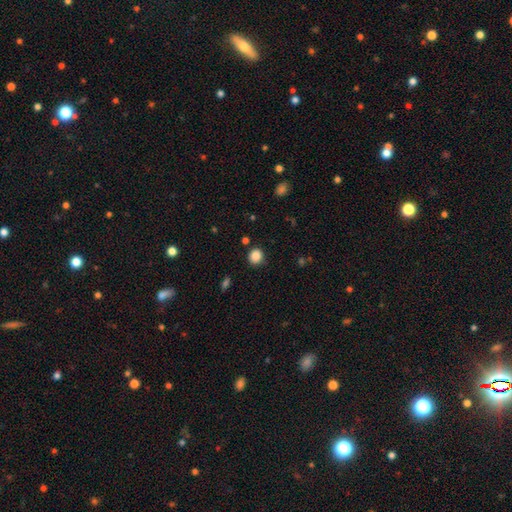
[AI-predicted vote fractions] smooth 87%, star or artifact 10%, featured or disk 3%. Down the decision tree: how rounded — round (87%); merging — none (88%).